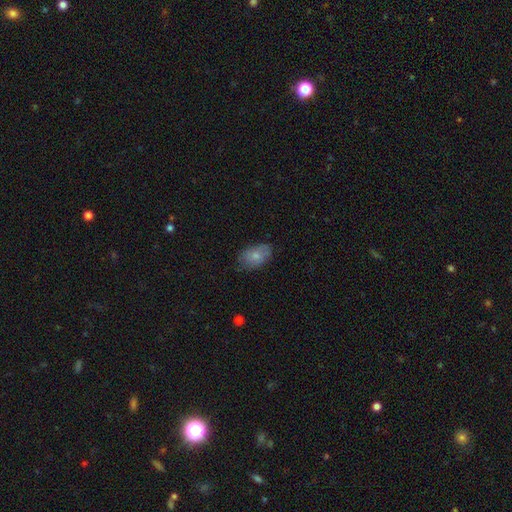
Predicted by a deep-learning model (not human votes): A smooth galaxy with no disk features (74%) that is in between round and cigar-shaped (90%). Merging: none (69%).